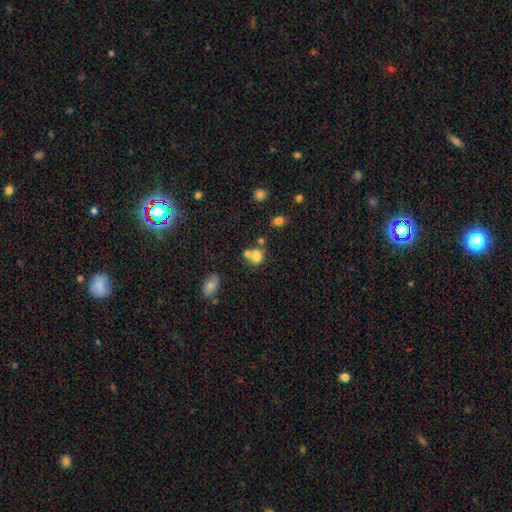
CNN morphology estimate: A smooth galaxy with no disk features (76%) that is round (63%).

Vote fractions:
- Smooth or featured? smooth: 76% / featured or disk: 12% / star or artifact: 11%
- How rounded? round: 63% / in between: 36% / cigar-shaped: 1%
- Merging? merger: 49% / none: 36% / minor disturbance: 10% / major disturbance: 5%